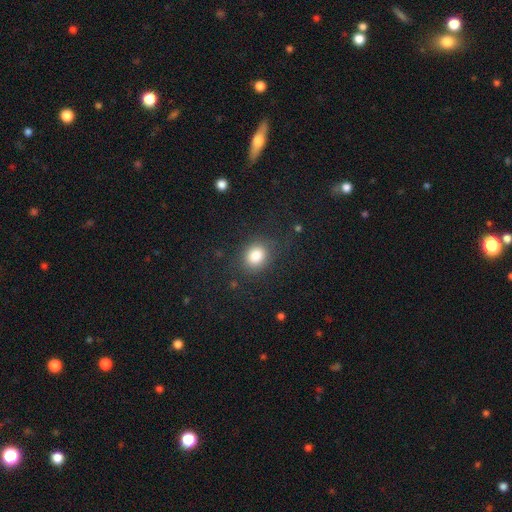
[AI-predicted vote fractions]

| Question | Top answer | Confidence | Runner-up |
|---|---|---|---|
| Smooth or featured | smooth | 85% | star or artifact (9%) |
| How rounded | round | 55% | in between (44%) |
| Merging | none | 77% | minor disturbance (14%) |